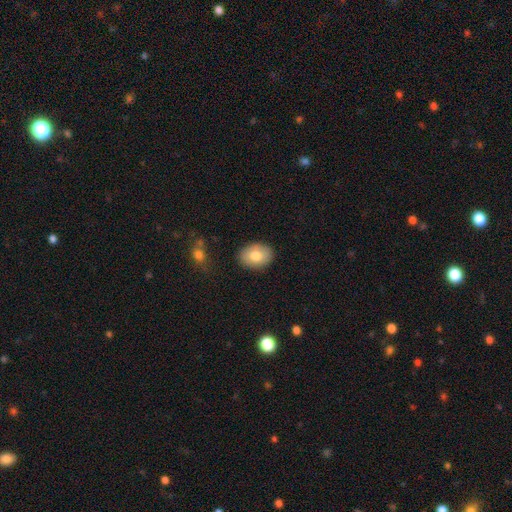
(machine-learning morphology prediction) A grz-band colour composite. It shows a smooth galaxy with no disk features (78%) that is in between round and cigar-shaped (71%). Merging: none (87%).